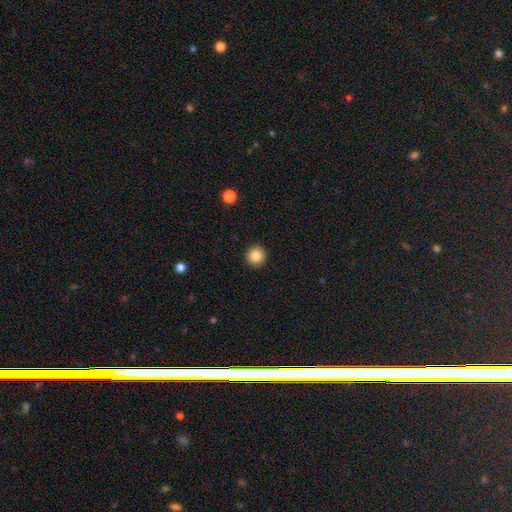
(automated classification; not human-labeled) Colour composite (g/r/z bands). It shows a smooth galaxy with no disk features (85%) that is round (95%). Merging: none (93%).